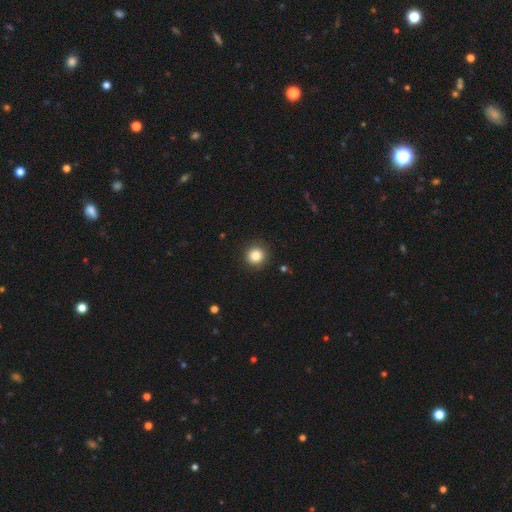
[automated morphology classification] Q: Smooth or featured?
A: smooth (84%); runner-up: star or artifact (11%)
Q: How rounded?
A: round (93%); runner-up: in between (6%)
Q: Merging?
A: none (89%); runner-up: minor disturbance (7%)